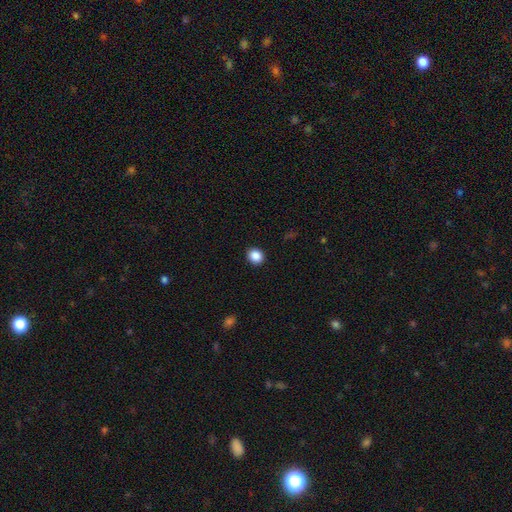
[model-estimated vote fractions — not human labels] Q: Smooth or featured?
A: smooth (87%); runner-up: star or artifact (10%)
Q: How rounded?
A: round (75%); runner-up: in between (25%)
Q: Merging?
A: none (92%); runner-up: minor disturbance (5%)